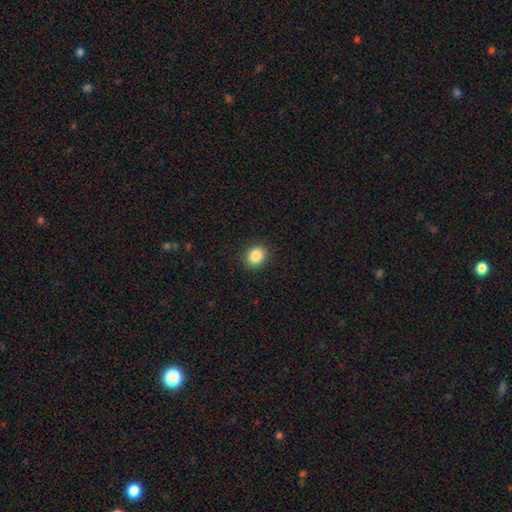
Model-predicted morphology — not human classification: A smooth galaxy with no disk features (87%) that is round (63%). Merging: none (90%).